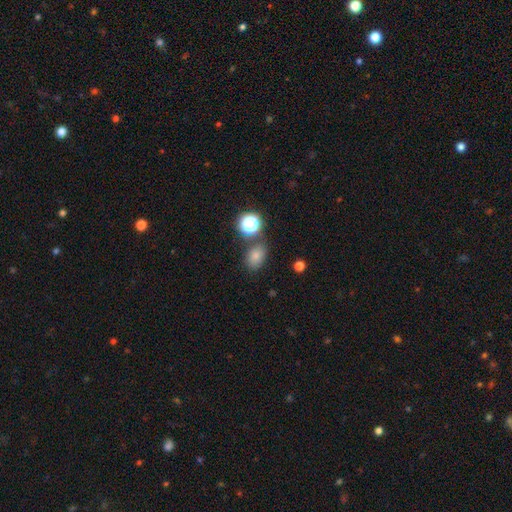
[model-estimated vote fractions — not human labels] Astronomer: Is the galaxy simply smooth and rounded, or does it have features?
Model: smooth — 74%.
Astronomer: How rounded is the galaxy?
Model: in between — 67%.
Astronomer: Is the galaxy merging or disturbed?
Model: none — 70%.